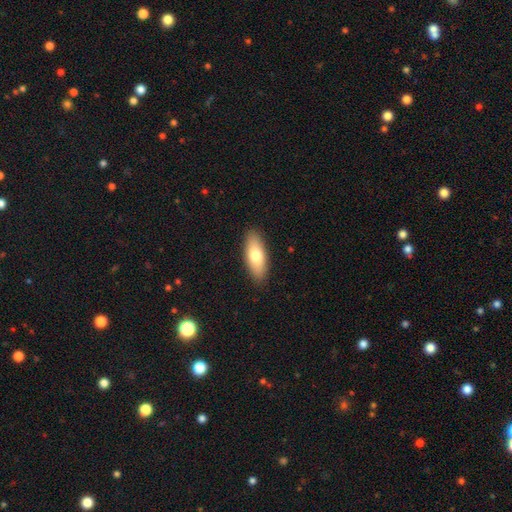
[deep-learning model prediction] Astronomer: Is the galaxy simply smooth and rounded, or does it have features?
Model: smooth — 74%.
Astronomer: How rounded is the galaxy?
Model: in between — 74%.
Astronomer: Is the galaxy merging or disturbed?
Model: none — 89%.